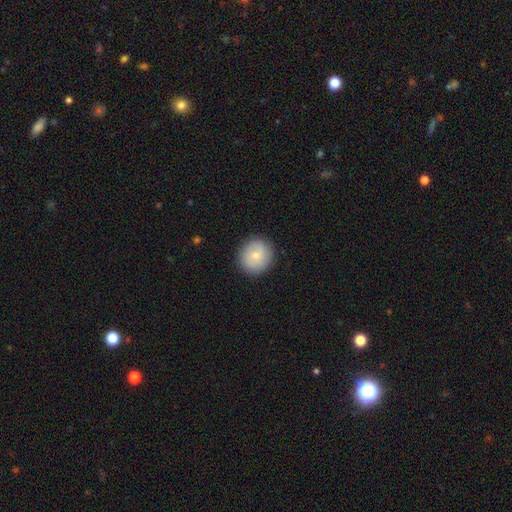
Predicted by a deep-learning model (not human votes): Morphology: type=smooth (71%); roundness=round (85%); merging=none (88%).